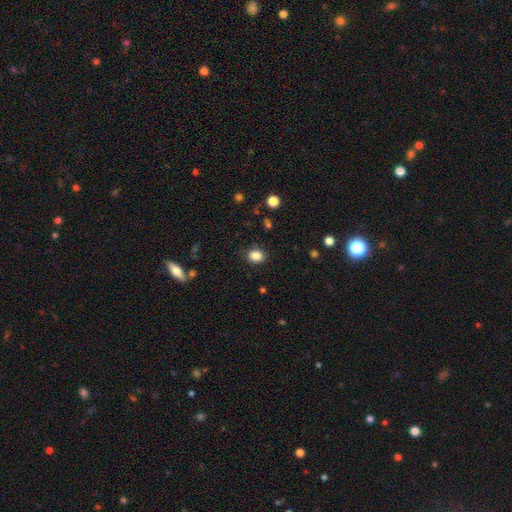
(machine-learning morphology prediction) Smooth or featured?
  - smooth: 85% *
  - star or artifact: 10%
  - featured or disk: 4%
How rounded?
  - round: 55% *
  - in between: 44%
  - cigar-shaped: 1%
Merging?
  - none: 86% *
  - minor disturbance: 10%
  - major disturbance: 3%
  - merger: 1%